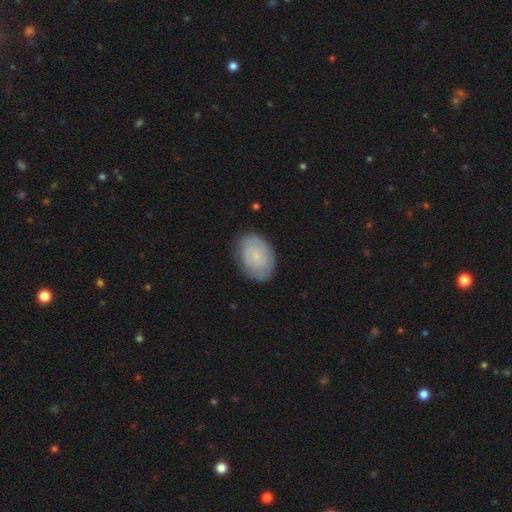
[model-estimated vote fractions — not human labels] Smooth or featured? Predicted: smooth (p=0.56). How rounded? Predicted: in between (p=0.79). Merging? Predicted: none (p=0.80).